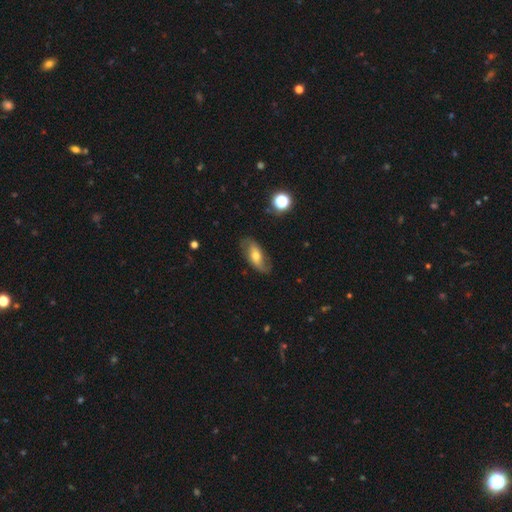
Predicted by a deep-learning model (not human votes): featured or disk 55%, smooth 36%, star or artifact 9%. Down the decision tree: edge-on disk — no (86%); merging — none (74%).